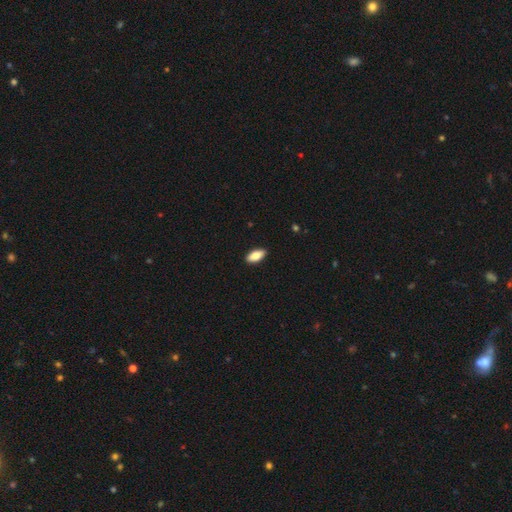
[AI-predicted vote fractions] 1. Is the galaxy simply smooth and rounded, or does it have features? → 82% smooth, 12% featured or disk, 6% star or artifact.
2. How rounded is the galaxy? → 87% in between, 11% cigar-shaped, 2% round.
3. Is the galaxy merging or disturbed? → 89% none, 8% minor disturbance, 2% major disturbance, 1% merger.